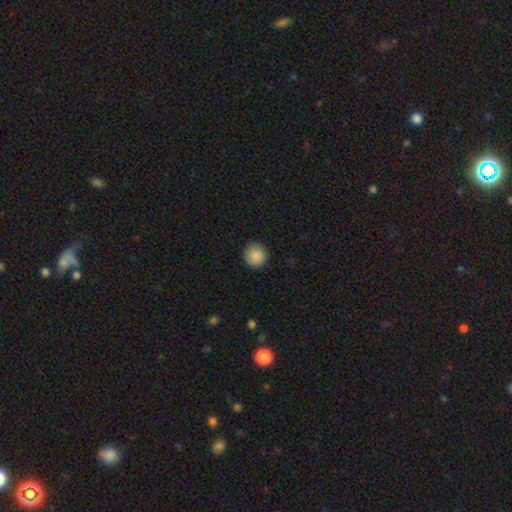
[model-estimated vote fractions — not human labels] A smooth galaxy with no disk features (88%) that is round (93%). Merging: none (92%).